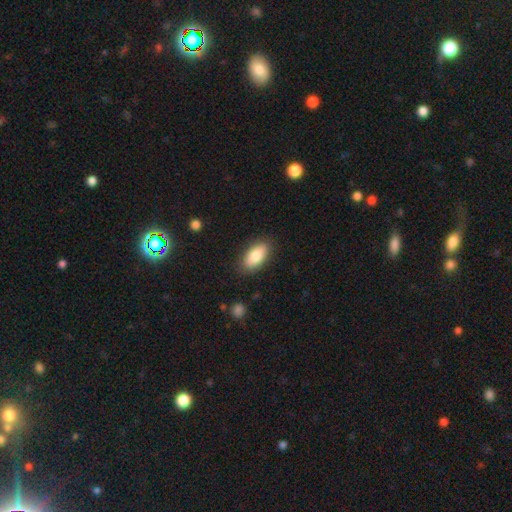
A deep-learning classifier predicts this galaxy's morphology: Smooth or featured? Predicted: smooth (p=0.83). How rounded? Predicted: in between (p=0.91). Merging? Predicted: none (p=0.85).